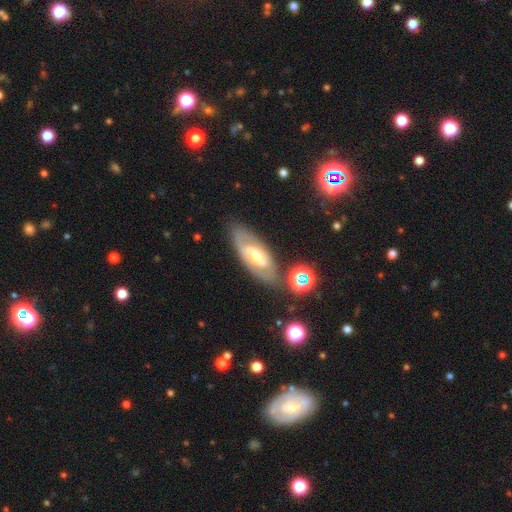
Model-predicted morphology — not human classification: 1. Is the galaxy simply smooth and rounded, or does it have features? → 68% featured or disk, 25% smooth, 7% star or artifact.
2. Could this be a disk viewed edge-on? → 87% no, 13% yes.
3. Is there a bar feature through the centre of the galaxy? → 41% weak, 33% no, 27% strong.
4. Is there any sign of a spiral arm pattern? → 65% yes, 35% no.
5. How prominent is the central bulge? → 61% moderate, 23% small, 12% large, 2% none, 1% dominant.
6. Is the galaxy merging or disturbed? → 75% none, 15% minor disturbance, 5% major disturbance, 5% merger.